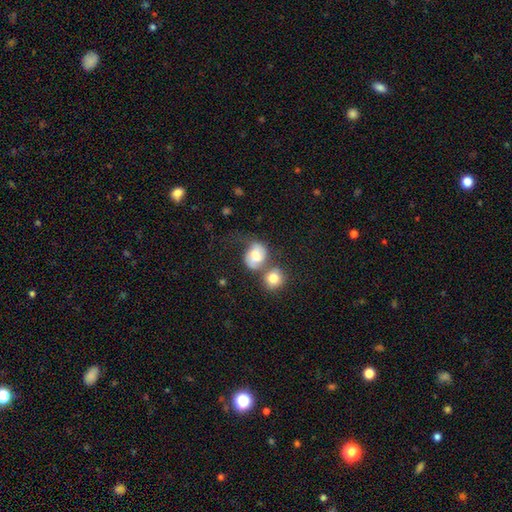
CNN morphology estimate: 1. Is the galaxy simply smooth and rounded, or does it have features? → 61% smooth, 31% featured or disk, 9% star or artifact.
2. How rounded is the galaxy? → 50% in between, 49% round, 1% cigar-shaped.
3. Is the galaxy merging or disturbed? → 39% merger, 28% none, 17% minor disturbance, 16% major disturbance.